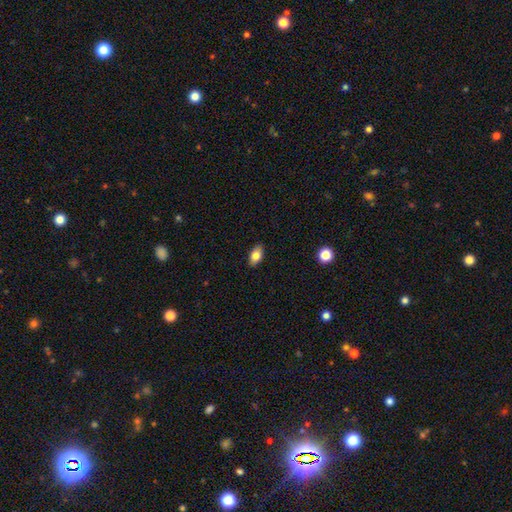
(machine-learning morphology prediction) smooth_or_featured: smooth (p=0.80) [alt: featured or disk p=0.13]
how_rounded: in between (p=0.91) [alt: round p=0.05]
merging: none (p=0.89) [alt: minor disturbance p=0.09]